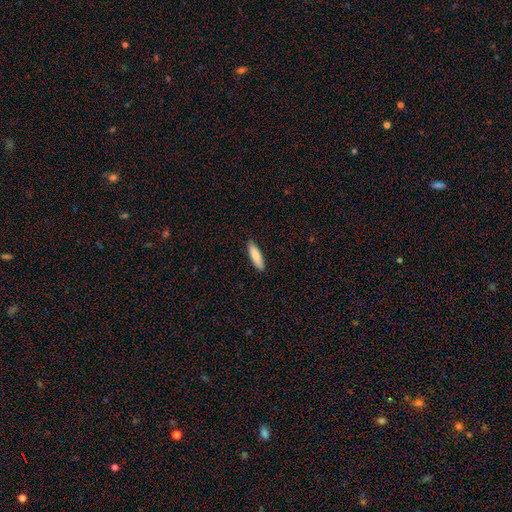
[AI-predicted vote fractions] This is clearly a smooth galaxy (83%). How rounded: likely cigar-shaped (61%). Merging: clearly none (90%).